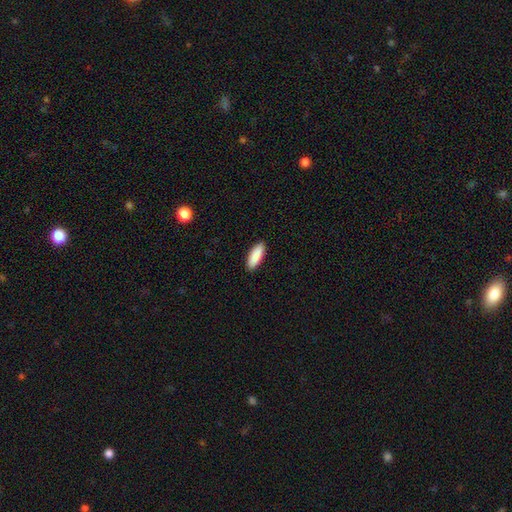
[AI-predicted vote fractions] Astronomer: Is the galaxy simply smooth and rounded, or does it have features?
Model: smooth — 90%.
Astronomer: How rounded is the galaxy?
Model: in between — 64%.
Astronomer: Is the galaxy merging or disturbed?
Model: none — 91%.